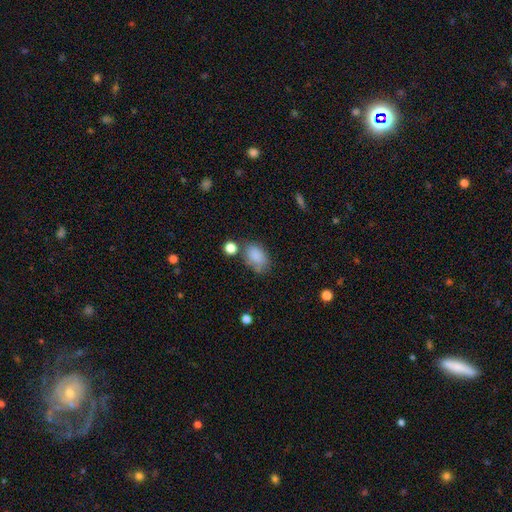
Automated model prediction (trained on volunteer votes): This appears to be a smooth galaxy with no disk features (85%) that is in between round and cigar-shaped (85%). Merging: none (60%).